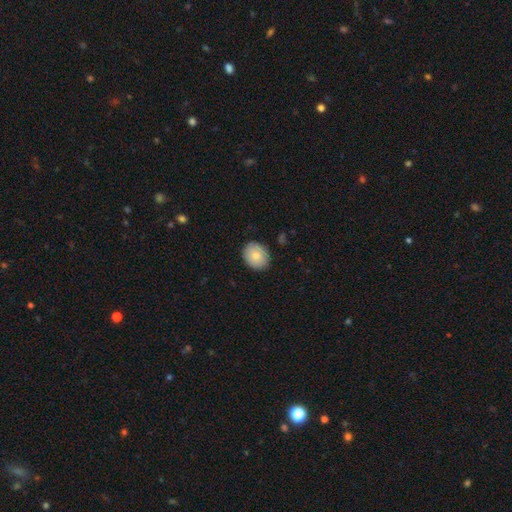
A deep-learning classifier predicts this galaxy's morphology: Q: Smooth or featured?
A: smooth (79%); runner-up: featured or disk (13%)
Q: How rounded?
A: round (60%); runner-up: in between (40%)
Q: Merging?
A: none (87%); runner-up: minor disturbance (9%)